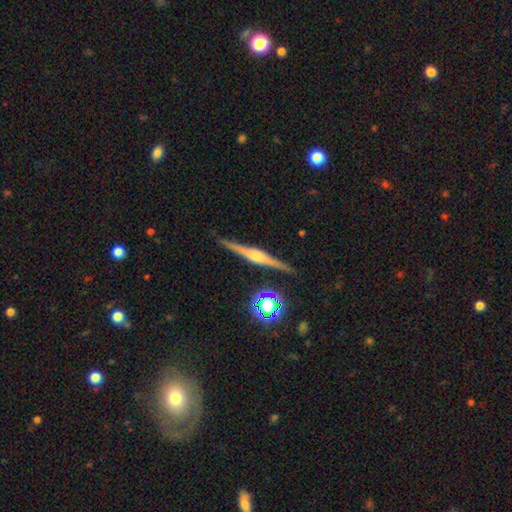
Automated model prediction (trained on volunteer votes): smooth-or-featured: featured or disk: 83% | smooth: 9% | star or artifact: 7%
  disk-edge-on: yes: 98% | no: 2%
    edge-on-bulge: rounded: 84% | boxy: 10% | none: 6%
  merging: none: 91% | minor disturbance: 6% | merger: 2% | major disturbance: 1%